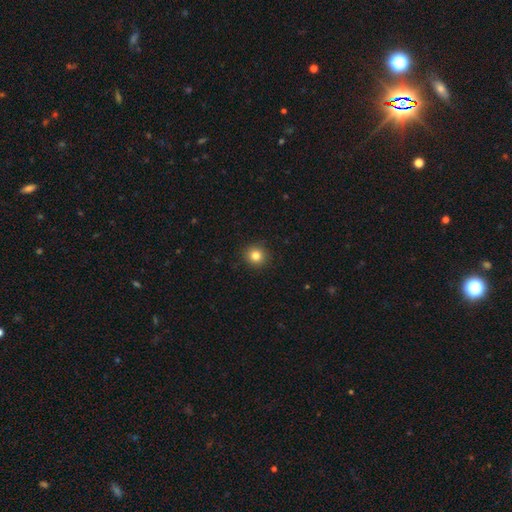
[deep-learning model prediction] Overall: smooth (83%). How rounded: round (92%). Merging: none (91%).